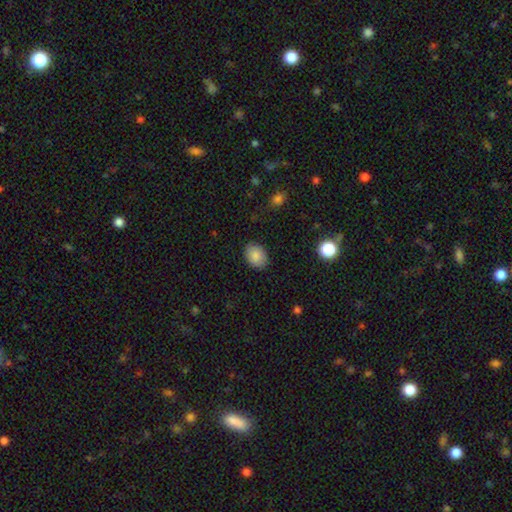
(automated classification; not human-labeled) Smooth or featured?
  - smooth: 86% *
  - star or artifact: 8%
  - featured or disk: 7%
How rounded?
  - in between: 68% *
  - round: 31%
  - cigar-shaped: 1%
Merging?
  - none: 85% *
  - minor disturbance: 11%
  - major disturbance: 3%
  - merger: 1%